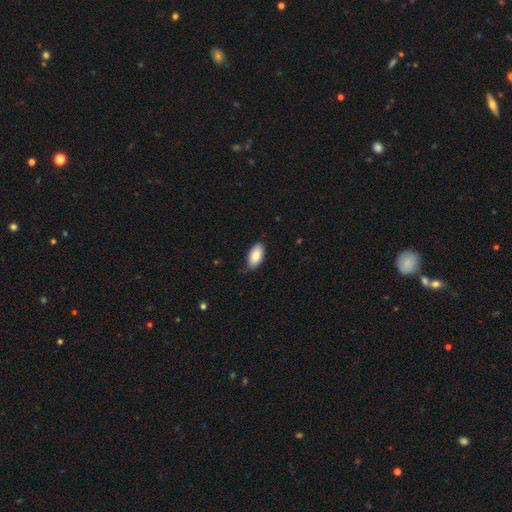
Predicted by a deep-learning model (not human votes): Morphology: type=smooth (86%); roundness=in between (94%); merging=none (81%).